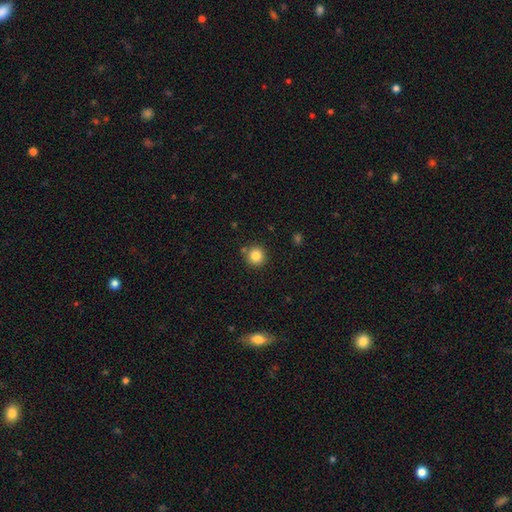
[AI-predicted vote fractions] Smooth or featured? Predicted: smooth (p=0.84). How rounded? Predicted: round (p=0.94). Merging? Predicted: none (p=0.85).